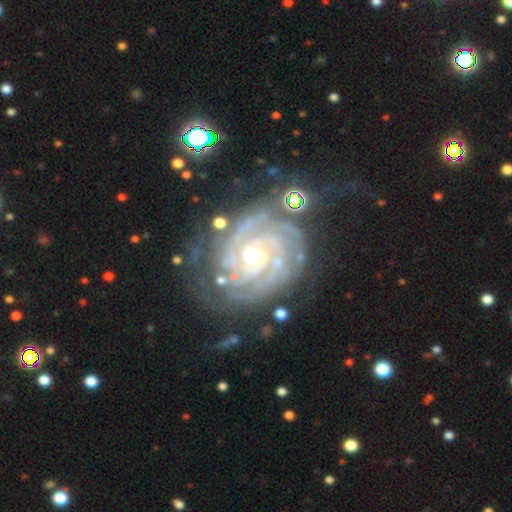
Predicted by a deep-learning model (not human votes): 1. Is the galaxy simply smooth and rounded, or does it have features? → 92% featured or disk, 5% star or artifact, 3% smooth.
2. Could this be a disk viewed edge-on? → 98% no, 2% yes.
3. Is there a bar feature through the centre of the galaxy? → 49% no, 35% weak, 16% strong.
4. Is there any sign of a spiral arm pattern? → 99% yes, 1% no.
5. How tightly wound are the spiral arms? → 81% tight, 17% medium, 2% loose.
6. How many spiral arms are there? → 23% 2 (tied), 23% 3 (tied), 21% 4, 17% can't tell, 10% more than 4, 7% 1.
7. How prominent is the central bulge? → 51% small, 45% moderate, 2% large, 1% none, 1% dominant.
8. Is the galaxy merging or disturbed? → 67% none, 20% minor disturbance, 10% major disturbance, 3% merger.